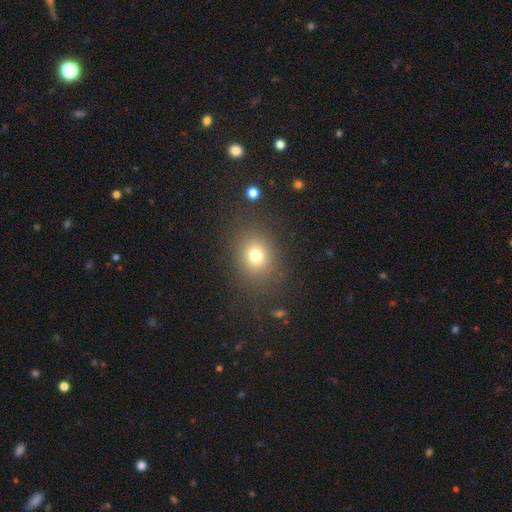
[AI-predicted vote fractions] Morphology: type=smooth (75%); roundness=round (63%); merging=none (83%).